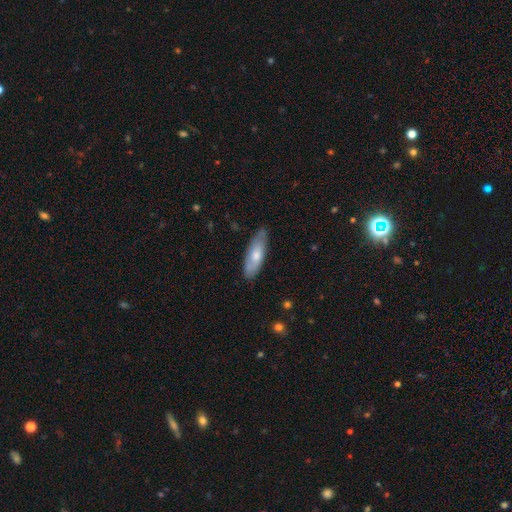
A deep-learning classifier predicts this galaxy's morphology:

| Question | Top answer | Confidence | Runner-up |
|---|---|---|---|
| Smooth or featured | smooth | 64% | featured or disk (31%) |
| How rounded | in between | 59% | cigar-shaped (39%) |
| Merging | none | 81% | minor disturbance (15%) |